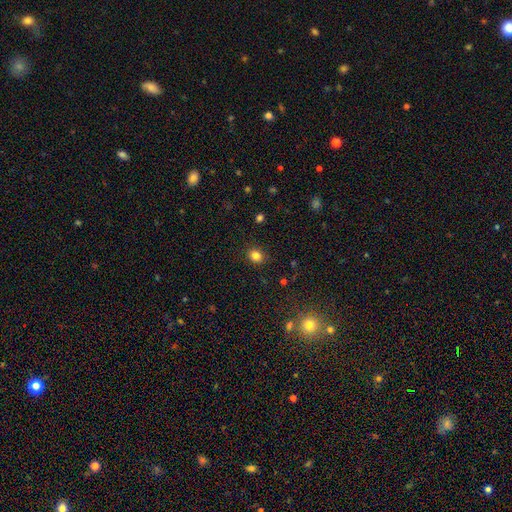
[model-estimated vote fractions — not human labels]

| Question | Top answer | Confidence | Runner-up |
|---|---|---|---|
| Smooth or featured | smooth | 83% | star or artifact (12%) |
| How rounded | round | 71% | in between (28%) |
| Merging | none | 89% | minor disturbance (8%) |